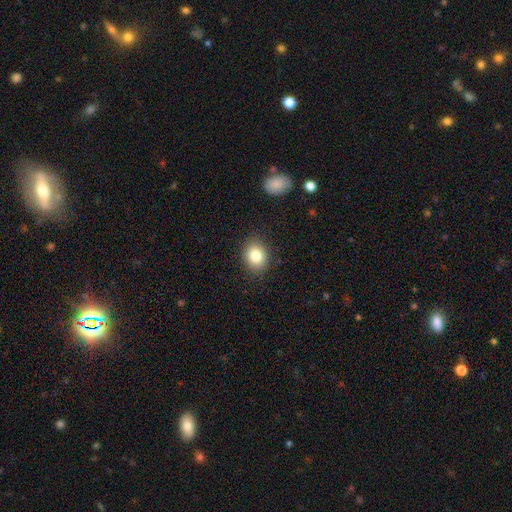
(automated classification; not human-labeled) A smooth galaxy with no disk features (82%) that is round (61%).

Vote fractions:
- Smooth or featured? smooth: 82% / star or artifact: 10% / featured or disk: 8%
- How rounded? round: 61% / in between: 39% / cigar-shaped: 1%
- Merging? none: 87% / minor disturbance: 10% / major disturbance: 3% / merger: 1%